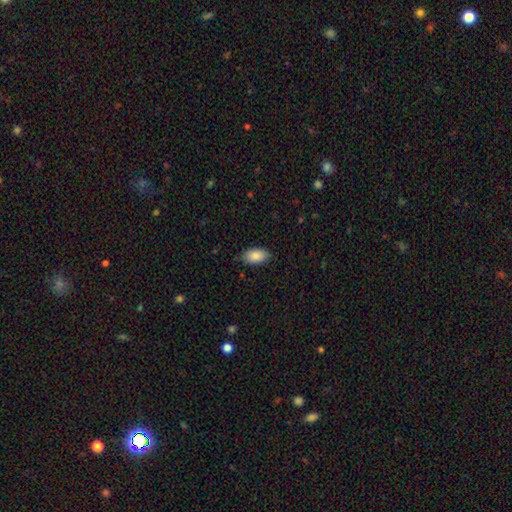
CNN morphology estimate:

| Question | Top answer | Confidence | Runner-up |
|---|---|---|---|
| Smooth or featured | smooth | 88% | star or artifact (7%) |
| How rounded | in between | 94% | cigar-shaped (3%) |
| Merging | none | 82% | minor disturbance (14%) |